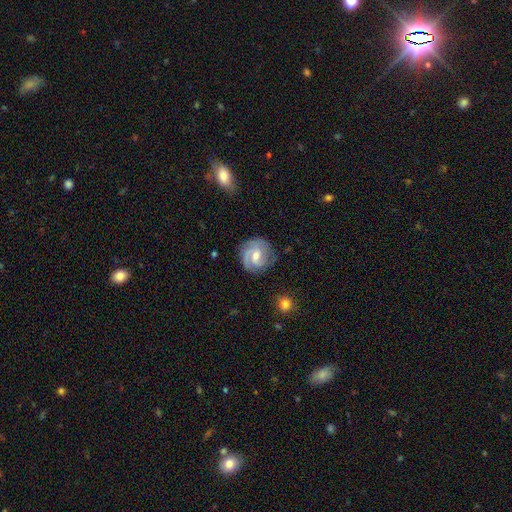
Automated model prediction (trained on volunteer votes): smooth_or_featured: featured or disk (p=0.74) [alt: smooth p=0.20]
disk_edge_on: no (p=0.97) [alt: yes p=0.03]
bar: weak (p=0.53) [alt: no p=0.35]
has_spiral_arms: yes (p=0.93) [alt: no p=0.07]
spiral_winding: tight (p=0.52) [alt: medium p=0.36]
spiral_arm_count: 2 (p=0.51) [alt: can't tell p=0.17]
bulge_size: moderate (p=0.64) [alt: small p=0.30]
merging: none (p=0.76) [alt: minor disturbance p=0.17]